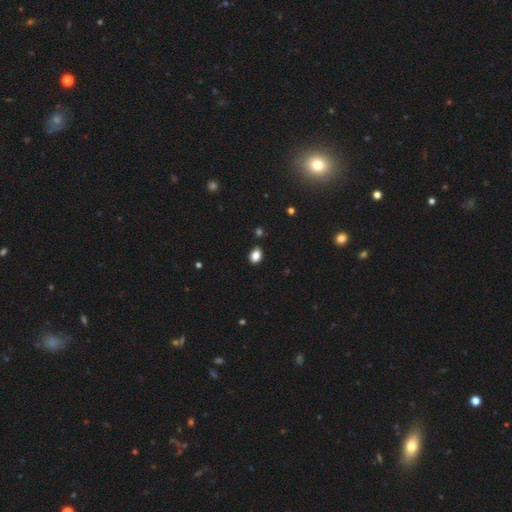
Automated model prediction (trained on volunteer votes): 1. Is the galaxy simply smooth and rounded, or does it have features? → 86% smooth, 10% star or artifact, 4% featured or disk.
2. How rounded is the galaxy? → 76% in between, 23% round, 1% cigar-shaped.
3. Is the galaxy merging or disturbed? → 85% none, 10% minor disturbance, 2% merger, 2% major disturbance.